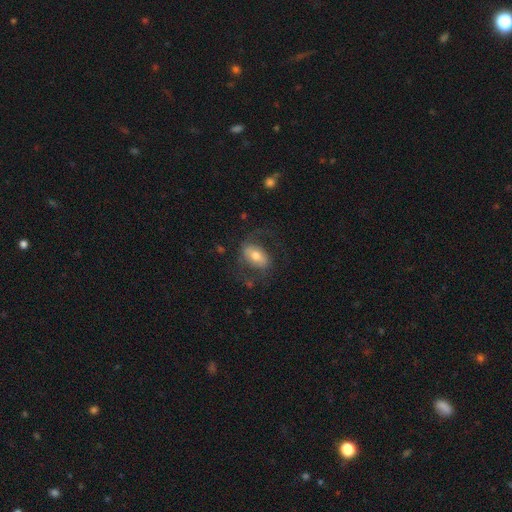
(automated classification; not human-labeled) Q: Smooth or featured?
A: smooth (48%); runner-up: featured or disk (45%)
Q: Merging?
A: none (59%); runner-up: major disturbance (21%)